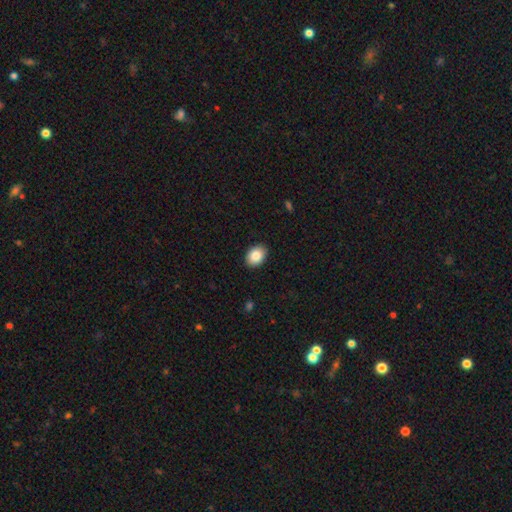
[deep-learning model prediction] smooth_or_featured: smooth (p=0.86) [alt: star or artifact p=0.07]
how_rounded: in between (p=0.71) [alt: round p=0.28]
merging: none (p=0.91) [alt: minor disturbance p=0.07]